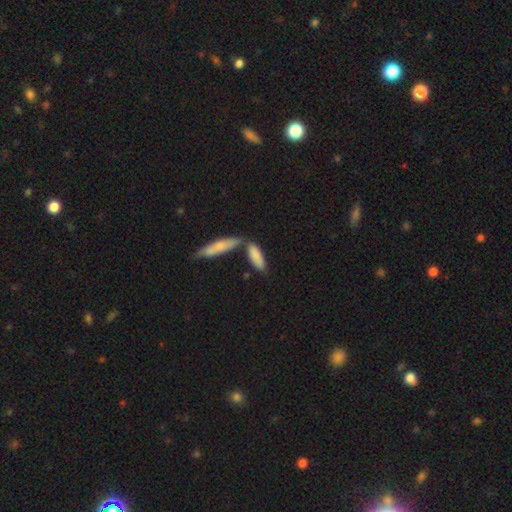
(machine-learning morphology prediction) Smooth or featured? Predicted: smooth (p=0.81). How rounded? Predicted: in between (p=0.55). Merging? Predicted: none (p=0.51).